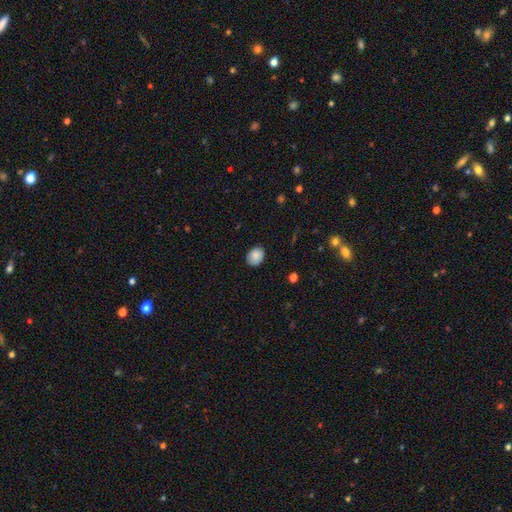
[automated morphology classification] A smooth galaxy with no disk features (86%) that is in between round and cigar-shaped (54%).

Vote fractions:
- Smooth or featured? smooth: 86% / star or artifact: 8% / featured or disk: 6%
- How rounded? in between: 54% / round: 45% / cigar-shaped: 1%
- Merging? none: 85% / minor disturbance: 12% / major disturbance: 2% / merger: 1%